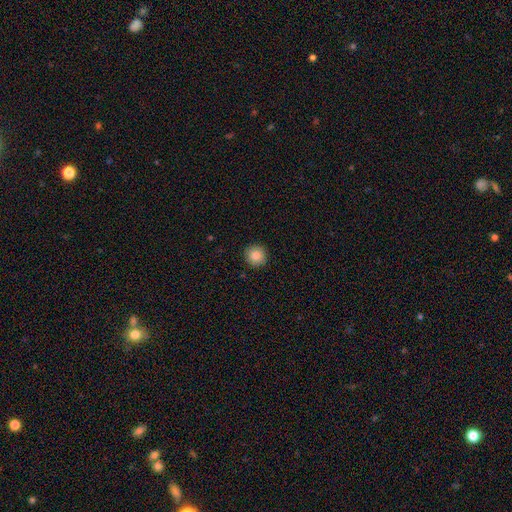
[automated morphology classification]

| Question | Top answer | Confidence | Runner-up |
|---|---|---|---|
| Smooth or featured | smooth | 86% | star or artifact (9%) |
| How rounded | round | 94% | in between (5%) |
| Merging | none | 92% | minor disturbance (6%) |